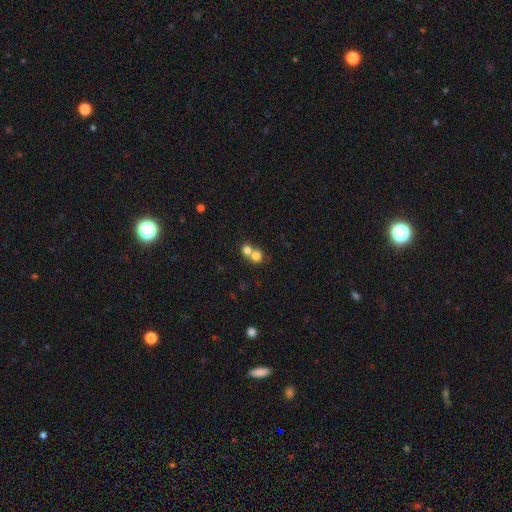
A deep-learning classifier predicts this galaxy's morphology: A smooth galaxy with no disk features (76%) that is round (79%). Merging: merger (62%).